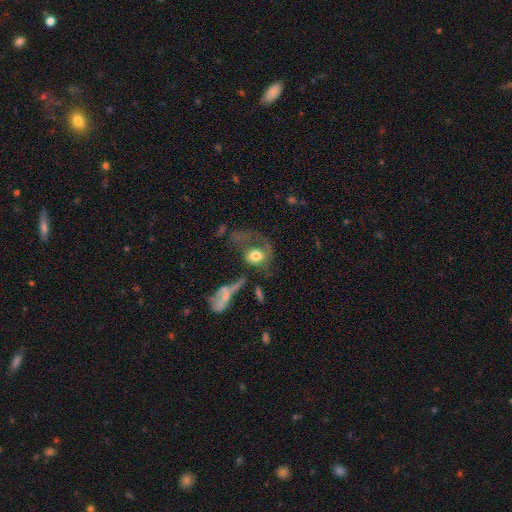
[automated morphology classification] Smooth or featured?
  - smooth: 53% *
  - featured or disk: 39%
  - star or artifact: 9%
How rounded?
  - round: 52% *
  - in between: 46%
  - cigar-shaped: 3%
Merging?
  - major disturbance: 49% *
  - none: 20%
  - merger: 17%
  - minor disturbance: 14%